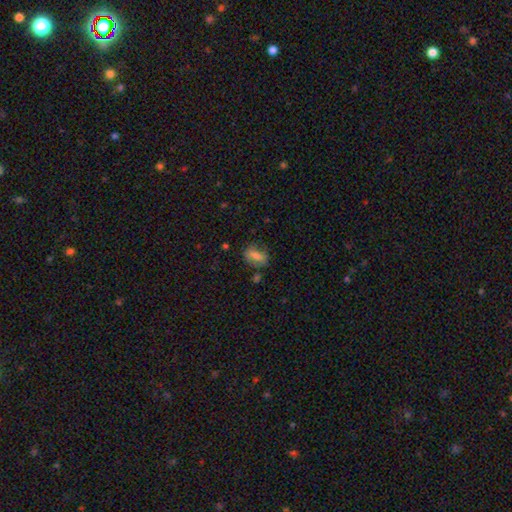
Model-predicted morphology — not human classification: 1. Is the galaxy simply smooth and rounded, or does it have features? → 63% smooth, 28% featured or disk, 9% star or artifact.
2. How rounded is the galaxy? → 74% in between, 20% round, 6% cigar-shaped.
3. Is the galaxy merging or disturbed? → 67% none, 20% minor disturbance, 8% major disturbance, 4% merger.